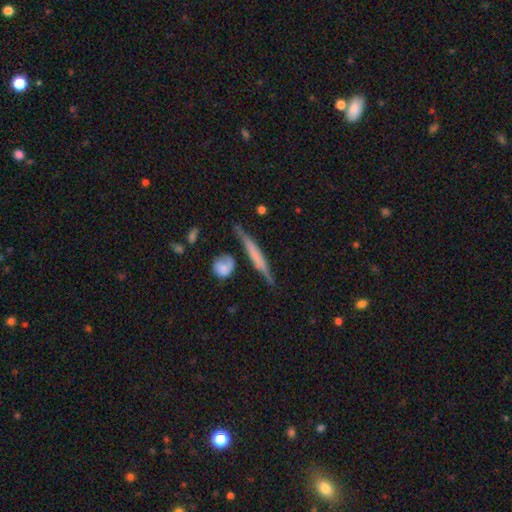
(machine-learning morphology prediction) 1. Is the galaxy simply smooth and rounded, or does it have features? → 49% featured or disk, 44% smooth, 7% star or artifact.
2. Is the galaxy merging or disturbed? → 70% none, 18% minor disturbance, 7% merger, 5% major disturbance.